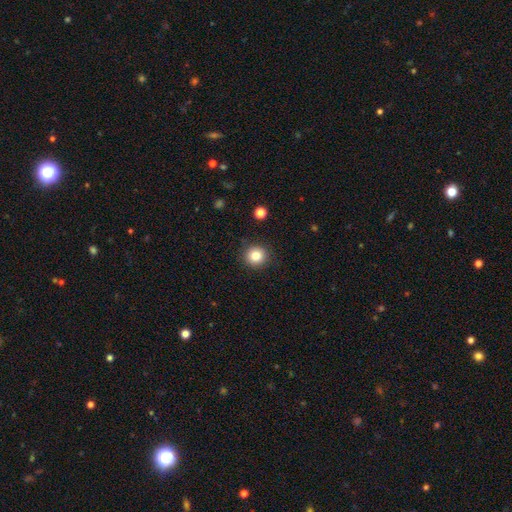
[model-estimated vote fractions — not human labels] This appears to be a smooth galaxy with no disk features (83%) that is round (93%). Merging: none (90%).